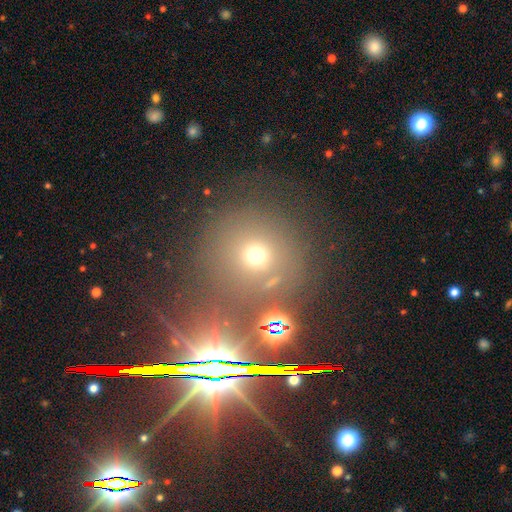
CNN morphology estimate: smooth 63%, star or artifact 26%, featured or disk 11%. Down the decision tree: how rounded — round (89%); merging — none (68%).